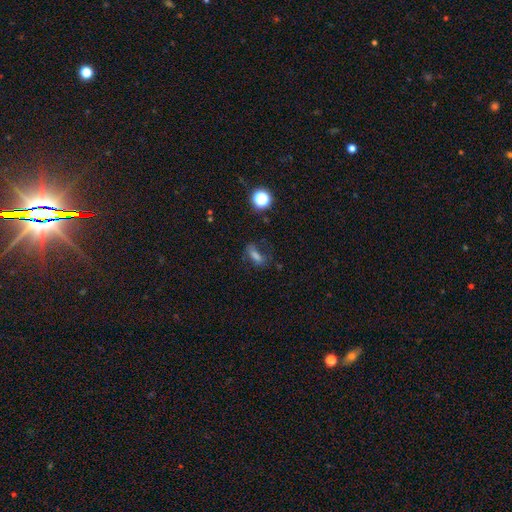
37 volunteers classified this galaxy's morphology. Smooth or featured?
  - smooth: 51% *
  - featured or disk: 41%
  - star or artifact: 8%
How rounded?
  - in between: 84% *
  - round: 11%
  - cigar-shaped: 5%
Merging?
  - none: 50% *
  - minor disturbance: 35%
  - major disturbance: 12%
  - merger: 3%